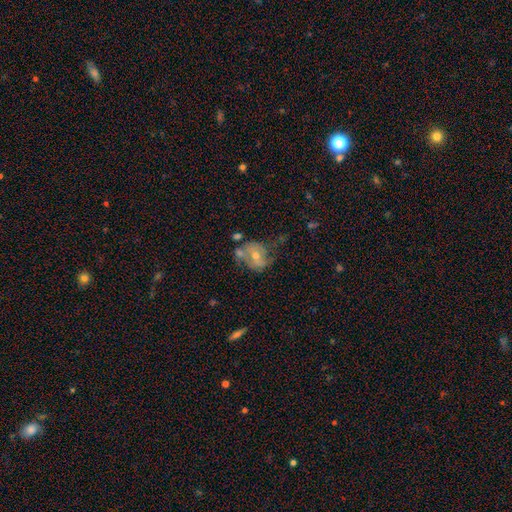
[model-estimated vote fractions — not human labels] A featured or disk galaxy (59%) with no bar (64%), spiral arms (64%) and a moderate central bulge (57%). Merging: none (43%).